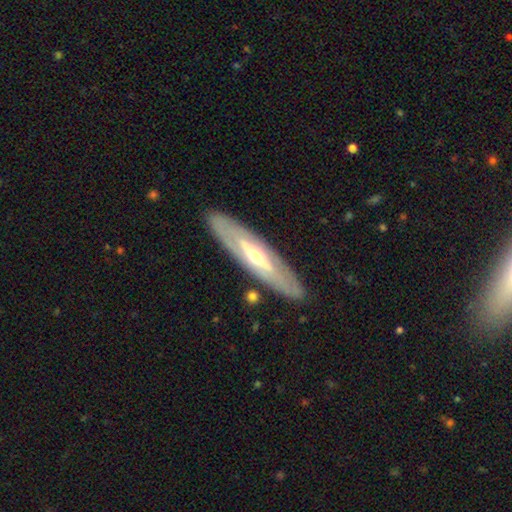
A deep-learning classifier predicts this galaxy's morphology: Overall: featured or disk (71%). Edge-on disk: no (53%; yes 47%). Merging: none (86%).